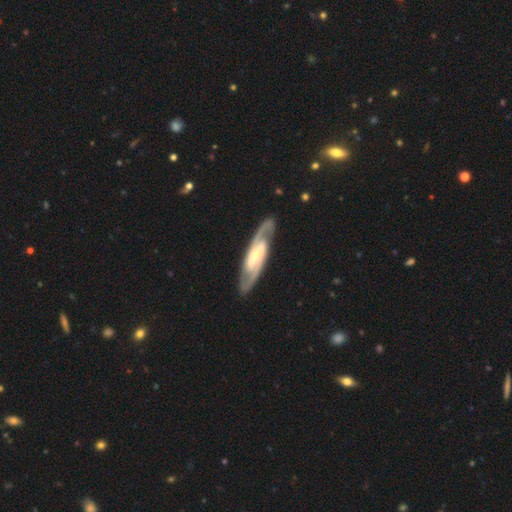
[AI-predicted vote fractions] A featured or disk galaxy (87%) with a strong bar (49%), 2 (91%) medium (53%) spiral arms (96%) and a small central bulge (47%).

Vote fractions:
- Smooth or featured? featured or disk: 87% / smooth: 9% / star or artifact: 4%
- Edge-on disk? no: 89% / yes: 11%
- Bar? strong: 49% / weak: 33% / no: 18%
- Spiral arms? yes: 96% / no: 4%
- Spiral winding? medium: 53% / tight: 32% / loose: 14%
- Spiral arm count? 2: 91% / can't tell: 4% / 3: 2% / 1: 1% / 4: 1% / more than 4: 1%
- Bulge size? small: 47% / moderate: 38% / large: 8% / none: 6% / dominant: 1%
- Merging? none: 85% / minor disturbance: 10% / major disturbance: 3% / merger: 2%